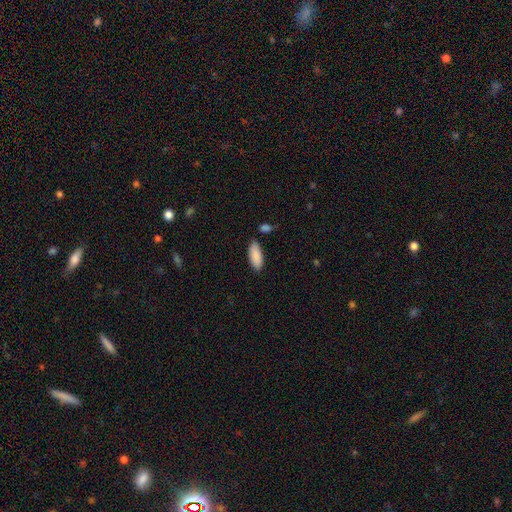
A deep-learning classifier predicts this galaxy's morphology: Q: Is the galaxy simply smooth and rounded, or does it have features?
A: smooth — 89%.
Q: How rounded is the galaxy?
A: in between — 80%.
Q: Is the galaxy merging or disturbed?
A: none — 82%.